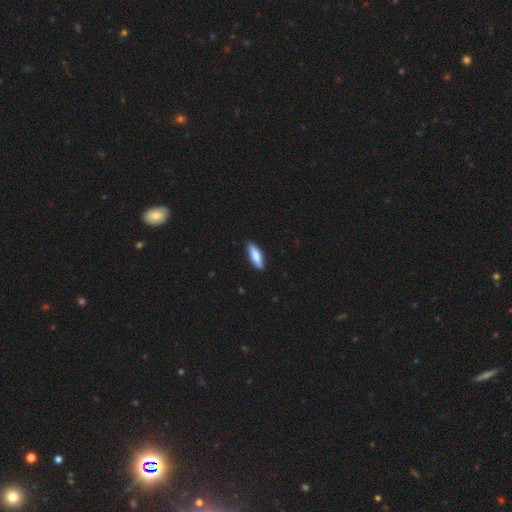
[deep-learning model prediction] smooth 82%, featured or disk 12%, star or artifact 5%. Down the decision tree: how rounded — in between (55%); merging — none (88%).